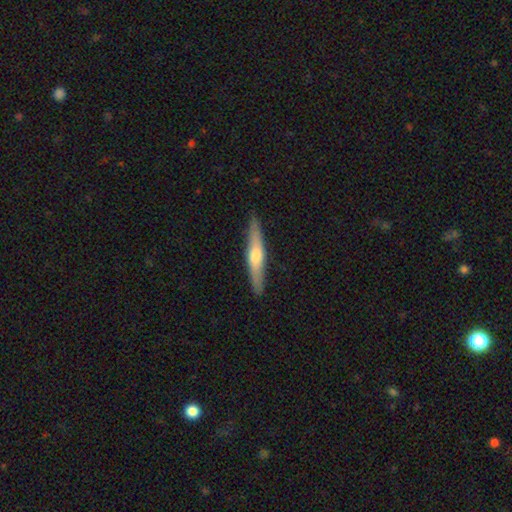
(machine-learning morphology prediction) This appears to be a featured or disk galaxy (55%) viewed edge-on (94%) with a rounded central bulge (85%). Merging: none (89%).